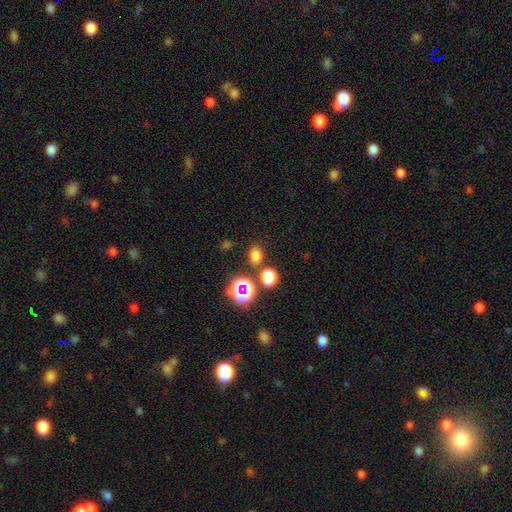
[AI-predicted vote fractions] This is likely a smooth galaxy (72%). How rounded: likely in between (60%). Merging: likely none (75%).